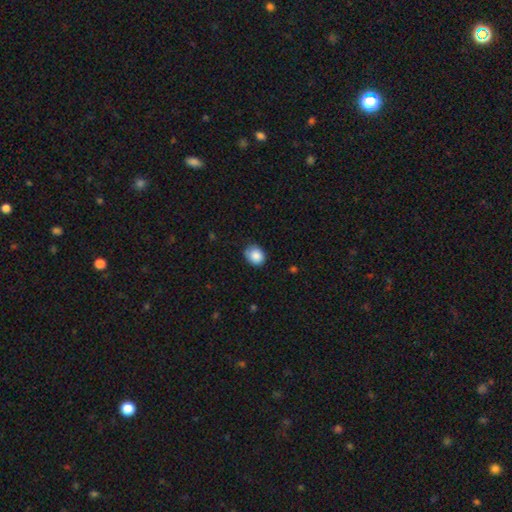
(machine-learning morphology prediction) A smooth galaxy with no disk features (86%) that is round (59%).

Vote fractions:
- Smooth or featured? smooth: 86% / star or artifact: 8% / featured or disk: 5%
- How rounded? round: 59% / in between: 40% / cigar-shaped: 1%
- Merging? none: 72% / minor disturbance: 23% / major disturbance: 4% / merger: 1%